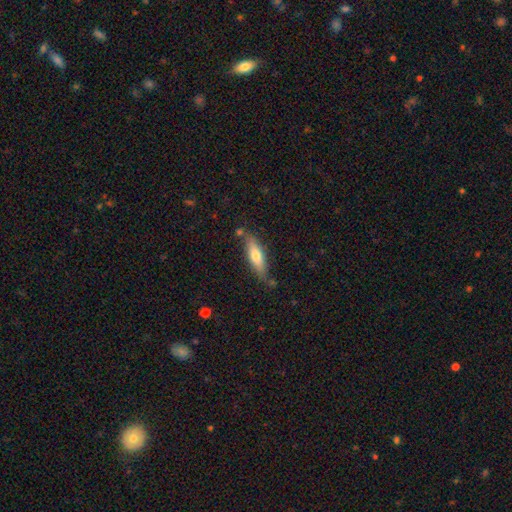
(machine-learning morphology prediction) This appears to be a smooth galaxy with no disk features (62%) that is cigar-shaped (59%). Merging: none (73%).